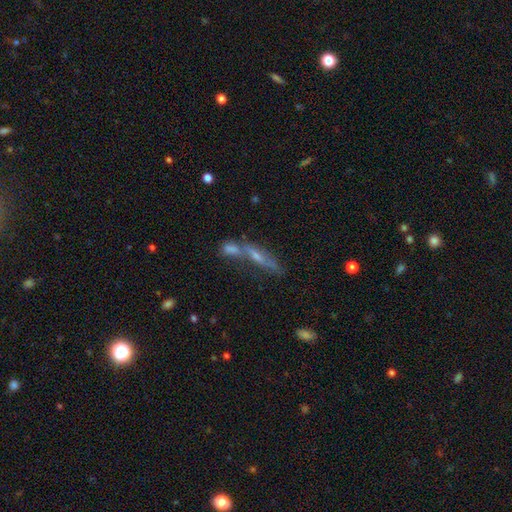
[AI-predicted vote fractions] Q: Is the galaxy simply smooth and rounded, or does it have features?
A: featured or disk — 51%.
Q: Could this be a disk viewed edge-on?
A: yes — 69%.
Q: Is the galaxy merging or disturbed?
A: merger — 41%.